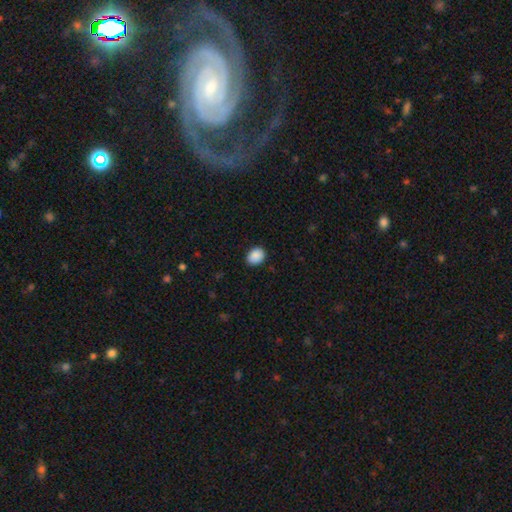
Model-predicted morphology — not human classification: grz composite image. It shows a smooth galaxy with no disk features (90%) that is in between round and cigar-shaped (59%). Merging: none (87%).